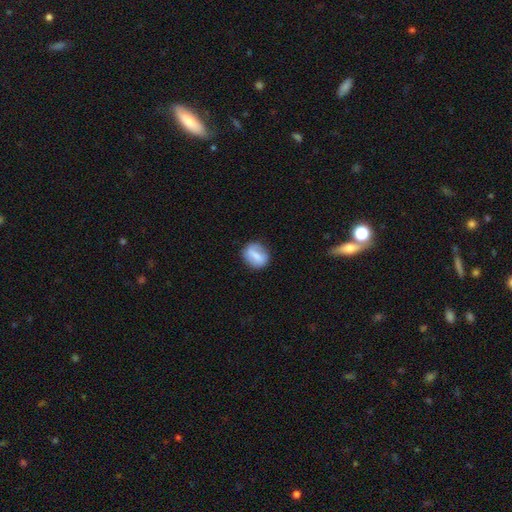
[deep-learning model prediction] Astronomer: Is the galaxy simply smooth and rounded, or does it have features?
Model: smooth — 58% (runner-up: featured or disk, 34%).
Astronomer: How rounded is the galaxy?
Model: round — 58% (runner-up: in between, 39%).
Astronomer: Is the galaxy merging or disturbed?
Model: none — 79%.